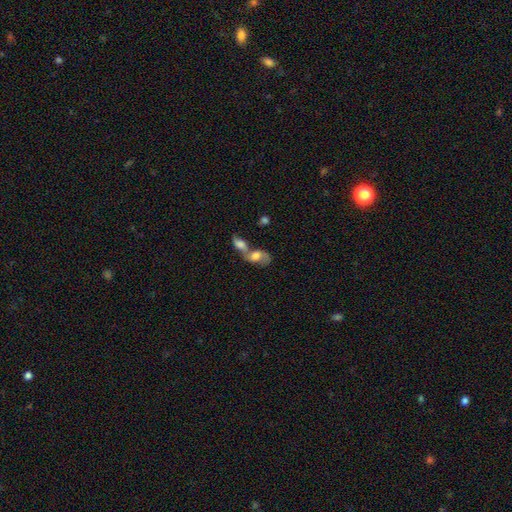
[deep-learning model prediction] smooth-or-featured: smooth: 56% | featured or disk: 34% | star or artifact: 10%
  how-rounded: in between: 82% | round: 12% | cigar-shaped: 5%
  merging: merger: 73% | none: 14% | minor disturbance: 6% | major disturbance: 6%